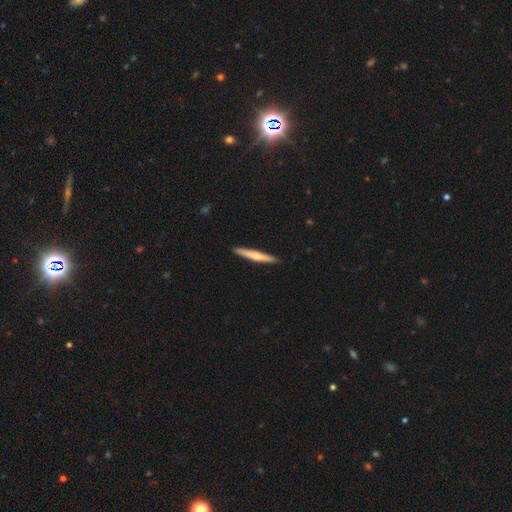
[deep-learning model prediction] A smooth galaxy with no disk features (51%) that is cigar-shaped (95%).

Vote fractions:
- Smooth or featured? smooth: 51% / featured or disk: 44% / star or artifact: 5%
- How rounded? cigar-shaped: 95% / in between: 3% / round: 1%
- Merging? none: 92% / minor disturbance: 6% / major disturbance: 1% / merger: 1%